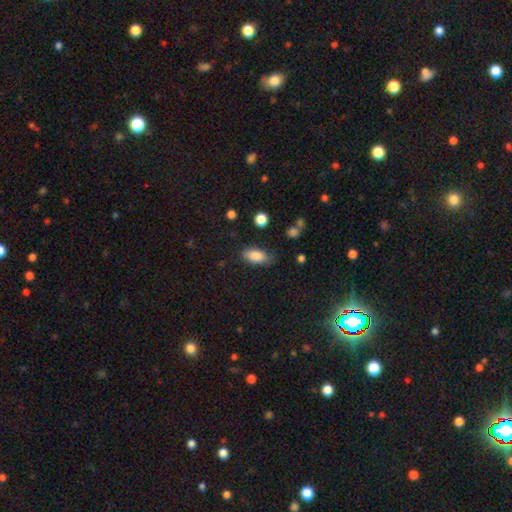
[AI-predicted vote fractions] Smooth or featured? Predicted: smooth (p=0.85). How rounded? Predicted: in between (p=0.89). Merging? Predicted: none (p=0.75).